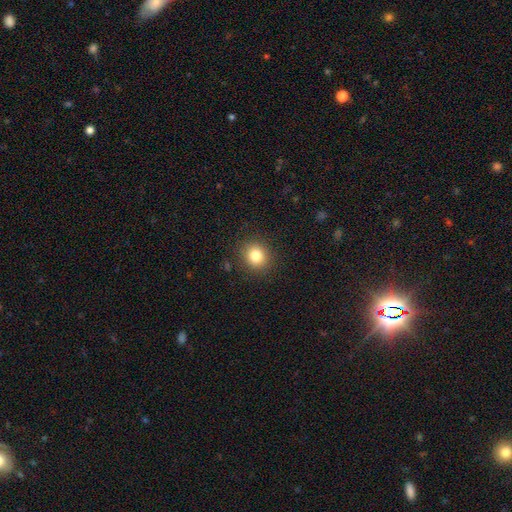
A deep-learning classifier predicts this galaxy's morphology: Smooth or featured?
  - smooth: 81% *
  - star or artifact: 11%
  - featured or disk: 7%
How rounded?
  - round: 82% *
  - in between: 17%
  - cigar-shaped: 1%
Merging?
  - none: 89% *
  - minor disturbance: 7%
  - major disturbance: 3%
  - merger: 1%